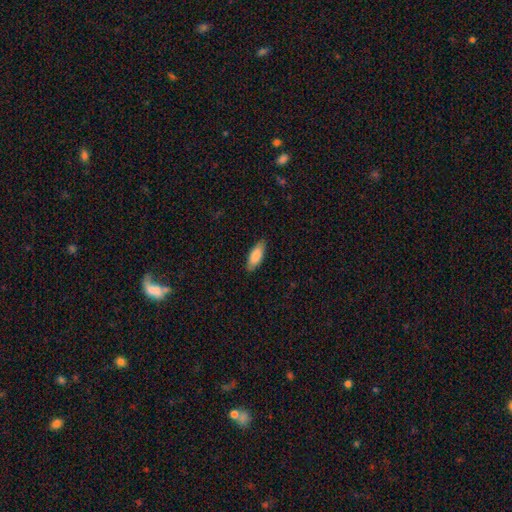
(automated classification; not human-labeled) The model was most divided on "how rounded": in between: 73%, cigar-shaped: 25%, round: 2%. More confident: merging — none (87%); smooth or featured — smooth (85%).